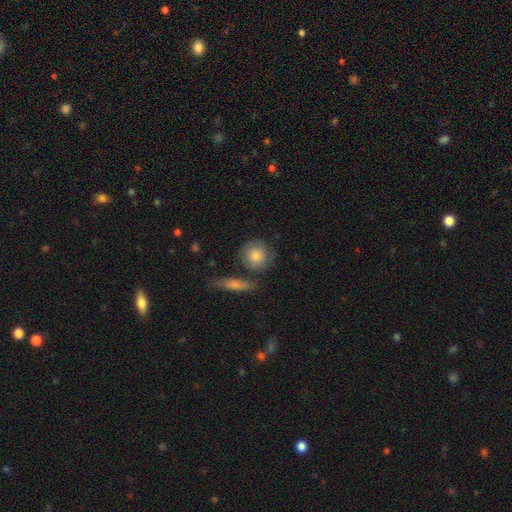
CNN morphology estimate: type=smooth (78%); roundness=round (86%); merging=none (72%).